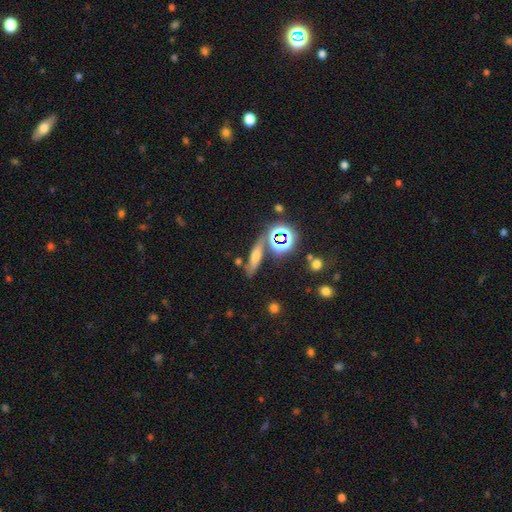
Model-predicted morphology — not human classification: Smooth or featured? smooth (43%)
Merging? none (72%)